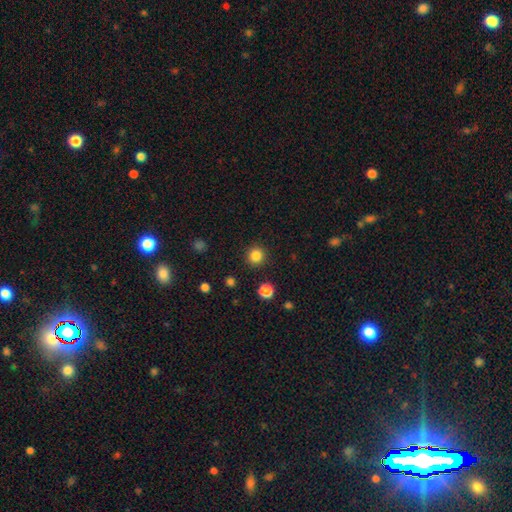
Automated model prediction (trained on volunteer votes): Smooth or featured? smooth (84%)
How rounded? round (94%)
Merging? none (91%)